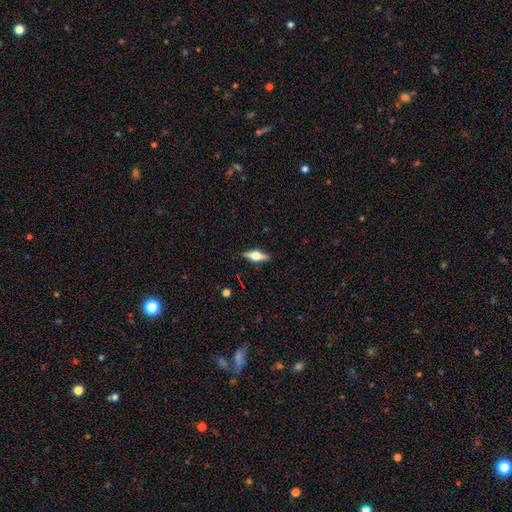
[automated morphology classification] smooth_or_featured: featured or disk (p=0.60) [alt: smooth p=0.33]
disk_edge_on: yes (p=0.95) [alt: no p=0.05]
edge_on_bulge: rounded (p=0.93) [alt: boxy p=0.05]
merging: none (p=0.88) [alt: minor disturbance p=0.09]